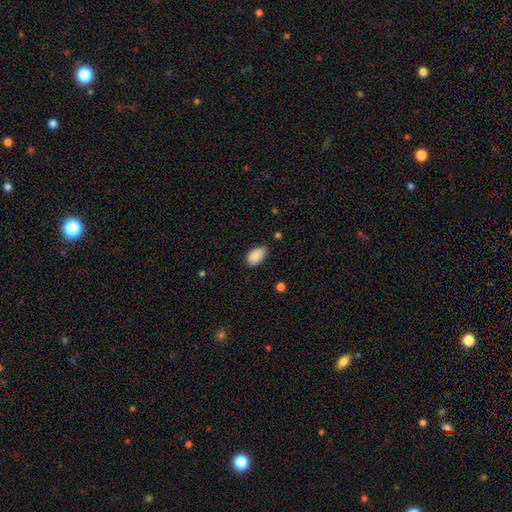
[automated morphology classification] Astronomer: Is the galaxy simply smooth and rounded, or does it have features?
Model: smooth — 89%.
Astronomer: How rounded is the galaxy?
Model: in between — 94%.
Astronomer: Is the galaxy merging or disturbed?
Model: none — 78%.